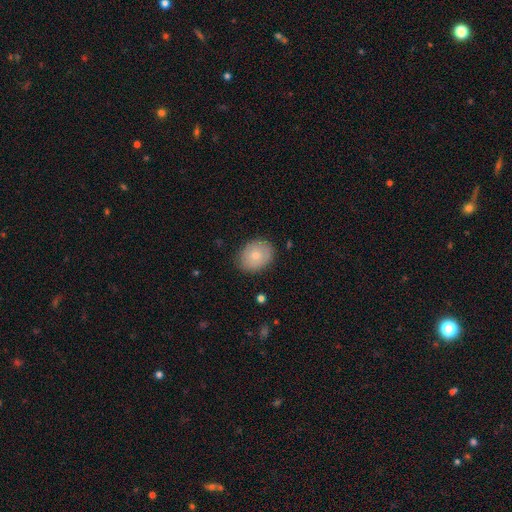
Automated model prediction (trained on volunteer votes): The model was most divided on "how rounded": in between: 50%, round: 49%, cigar-shaped: 1%. More confident: merging — none (82%); smooth or featured — smooth (76%).